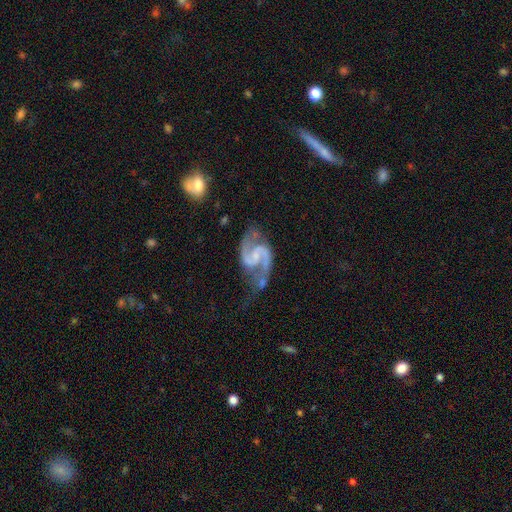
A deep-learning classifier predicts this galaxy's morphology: Smooth or featured? Predicted: featured or disk (p=0.92). Edge-on disk? Predicted: no (p=0.98). Bar? Predicted: weak (p=0.47). Spiral arms? Predicted: yes (p=0.98). Spiral winding? Predicted: medium (p=0.55). Spiral arm count? Predicted: 2 (p=0.94). Bulge size? Predicted: small (p=0.46). Merging? Predicted: none (p=0.60).